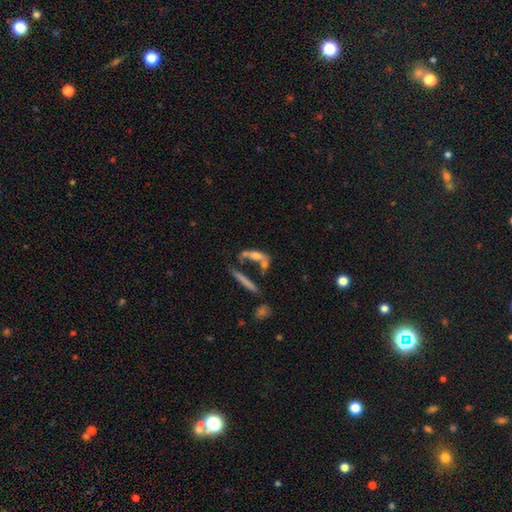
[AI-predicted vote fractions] smooth-or-featured: smooth: 52% | featured or disk: 37% | star or artifact: 12%
  how-rounded: cigar-shaped: 58% | in between: 37% | round: 5%
  merging: merger: 40% | none: 31% | major disturbance: 16% | minor disturbance: 13%